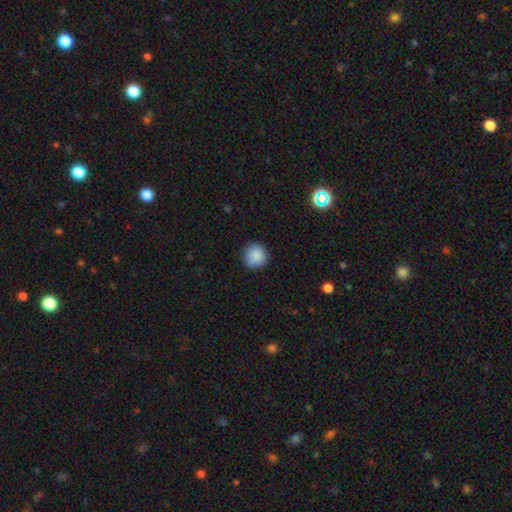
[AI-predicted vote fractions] This is clearly a smooth galaxy (88%). How rounded: clearly round (92%). Merging: clearly none (87%).